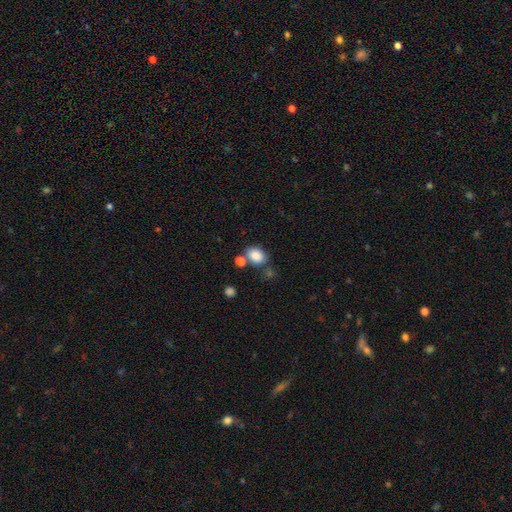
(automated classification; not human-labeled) The model was most divided on "how rounded": in between: 59%, round: 40%, cigar-shaped: 1%. More confident: smooth or featured — smooth (85%); merging — none (61%).